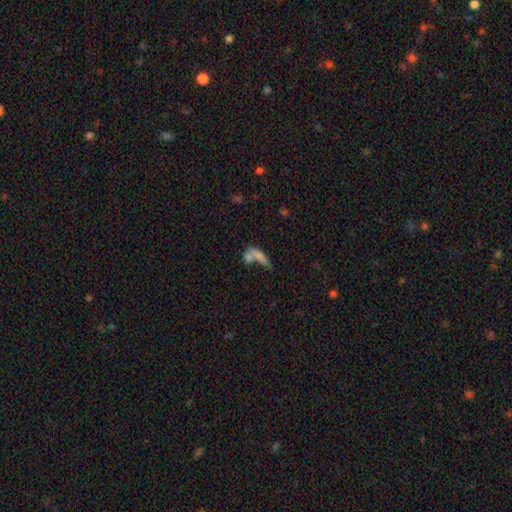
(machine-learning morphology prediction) This appears to be a smooth galaxy with no disk features (70%) that is in between round and cigar-shaped (54%). Merging: merger (55%).